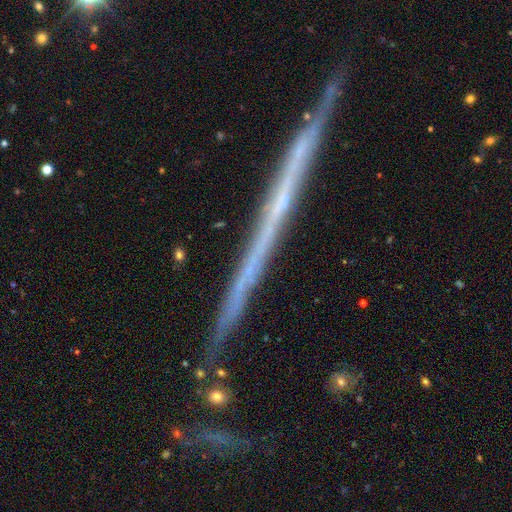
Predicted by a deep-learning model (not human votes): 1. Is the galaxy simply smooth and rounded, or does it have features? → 67% featured or disk, 22% smooth, 11% star or artifact.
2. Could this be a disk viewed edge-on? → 96% yes, 4% no.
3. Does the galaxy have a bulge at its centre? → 88% none, 8% rounded, 5% boxy.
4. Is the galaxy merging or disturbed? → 85% none, 11% minor disturbance, 3% merger, 2% major disturbance.